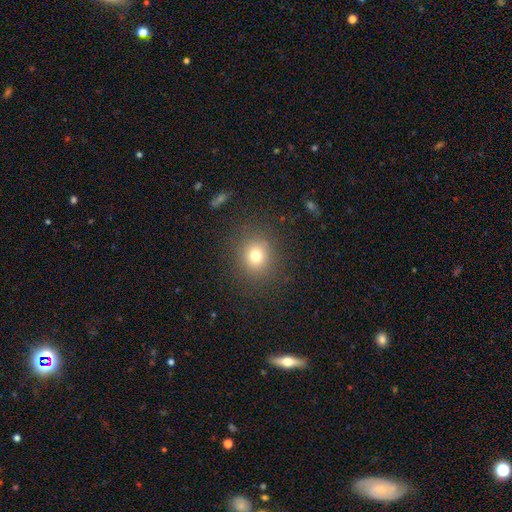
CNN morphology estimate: Overall: smooth (75%). How rounded: round (84%). Merging: none (86%).